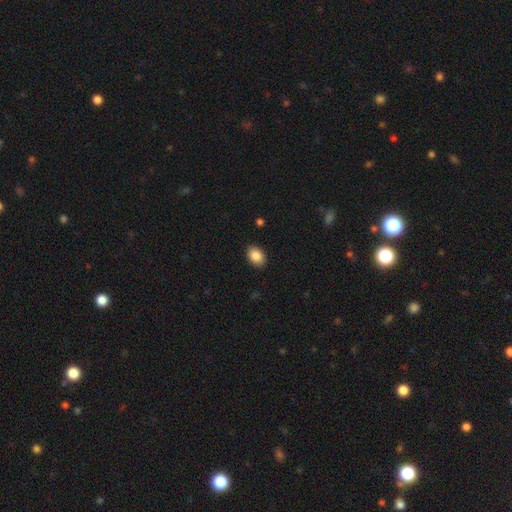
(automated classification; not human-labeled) The model was most divided on "how rounded": in between: 78%, round: 21%, cigar-shaped: 1%. More confident: merging — none (89%); smooth or featured — smooth (88%).